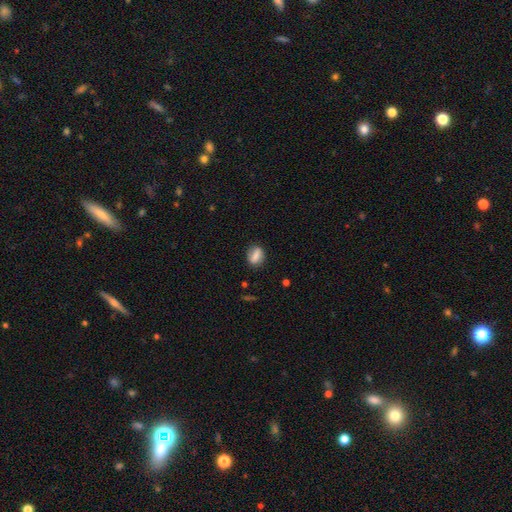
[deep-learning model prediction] A smooth galaxy with no disk features (71%) that is in between round and cigar-shaped (64%). Merging: none (82%).